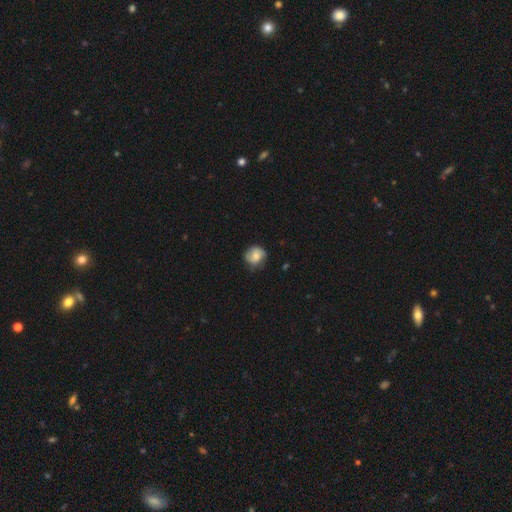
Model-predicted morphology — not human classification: Smooth or featured?
  - smooth: 64% *
  - featured or disk: 28%
  - star or artifact: 8%
How rounded?
  - round: 78% *
  - in between: 21%
  - cigar-shaped: 1%
Merging?
  - none: 66% *
  - minor disturbance: 25%
  - major disturbance: 8%
  - merger: 1%